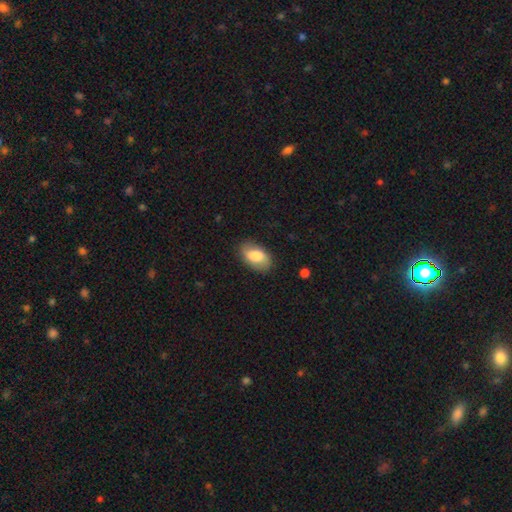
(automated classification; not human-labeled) This appears to be a smooth galaxy with no disk features (69%) that is in between round and cigar-shaped (92%). Merging: none (80%).